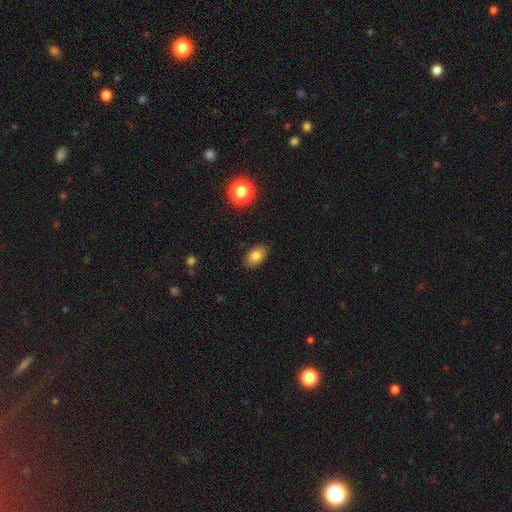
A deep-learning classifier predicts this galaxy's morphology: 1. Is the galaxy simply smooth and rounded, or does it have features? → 81% smooth, 10% star or artifact, 9% featured or disk.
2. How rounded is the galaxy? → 89% in between, 9% round, 2% cigar-shaped.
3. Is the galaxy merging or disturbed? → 87% none, 9% minor disturbance, 2% major disturbance, 1% merger.